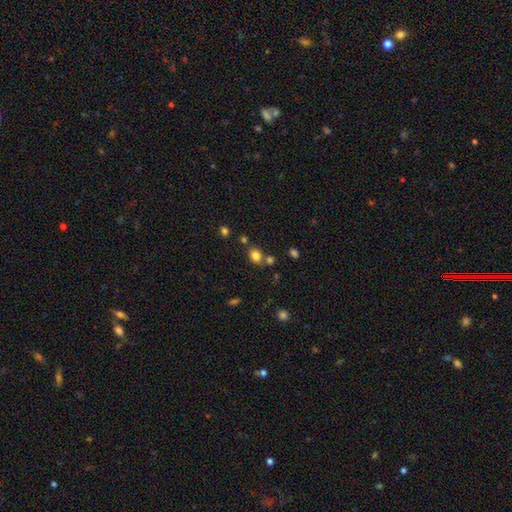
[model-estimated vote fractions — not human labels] Q: Smooth or featured?
A: smooth (81%); runner-up: star or artifact (13%)
Q: How rounded?
A: round (51%); runner-up: in between (48%)
Q: Merging?
A: none (67%); runner-up: merger (17%)